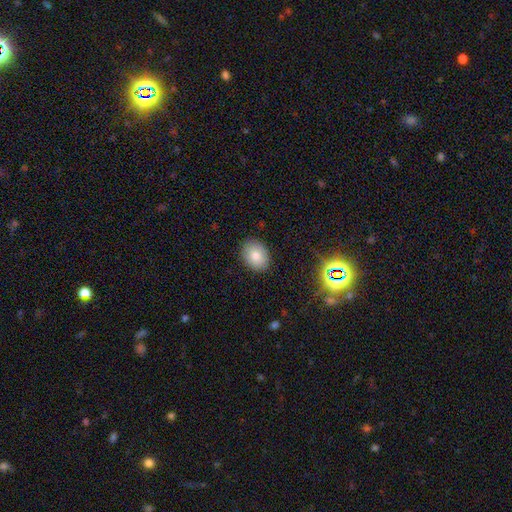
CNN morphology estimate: A smooth galaxy with no disk features (80%) that is in between round and cigar-shaped (65%). Merging: none (88%).